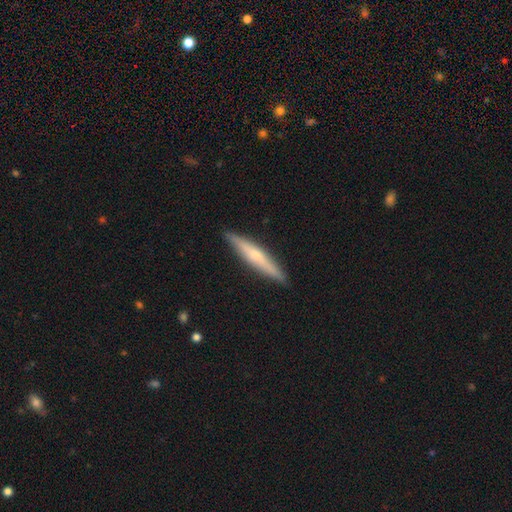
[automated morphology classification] A featured or disk galaxy (52%) viewed edge-on (96%). Merging: none (90%).